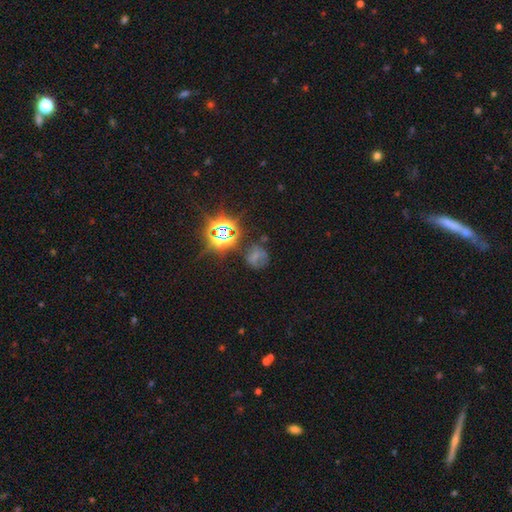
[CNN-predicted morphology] Smooth or featured? Predicted: smooth (p=0.44). Merging? Predicted: none (p=0.60).